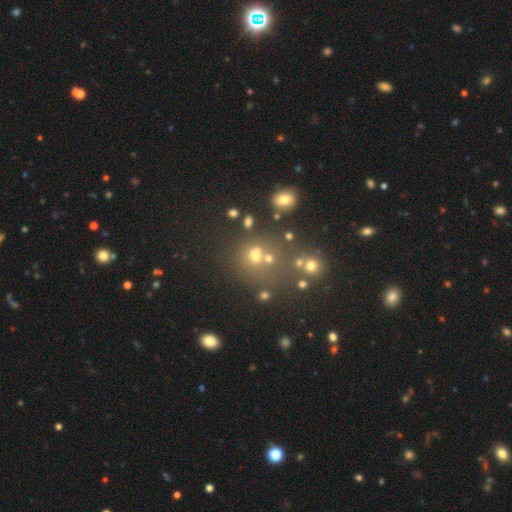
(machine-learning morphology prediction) This appears to be a smooth galaxy with no disk features (57%) that is round (76%). Merging: none (53%).